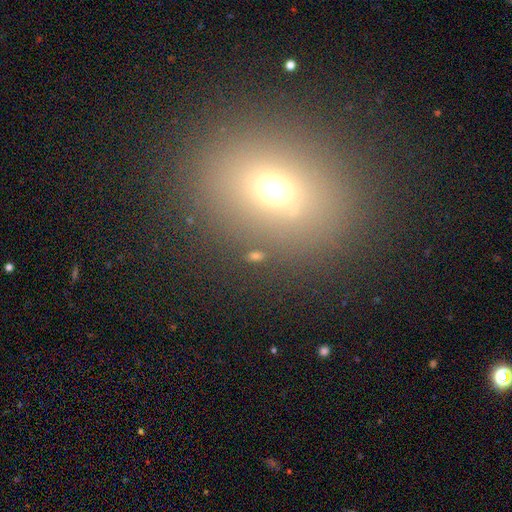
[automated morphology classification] This appears to be a smooth galaxy with no disk features (62%) that is round (51%). Merging: none (79%).